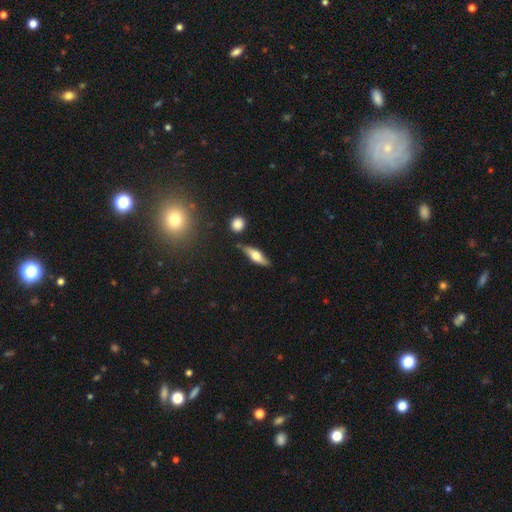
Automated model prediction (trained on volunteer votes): Overall: featured or disk (50%; smooth 43%). Edge-on disk: yes (87%). Merging: none (77%).